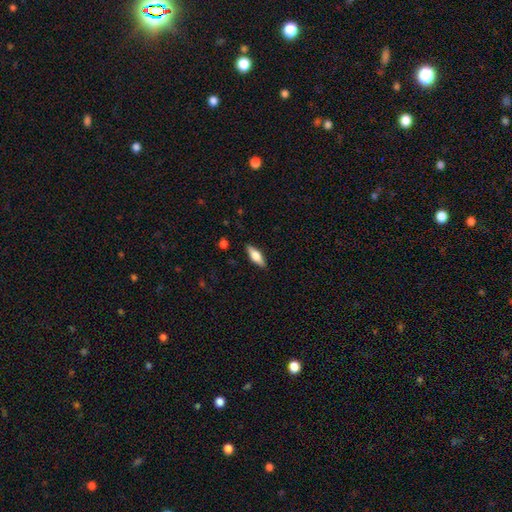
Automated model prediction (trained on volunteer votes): Smooth or featured? Predicted: smooth (p=0.62). How rounded? Predicted: in between (p=0.60). Merging? Predicted: none (p=0.87).